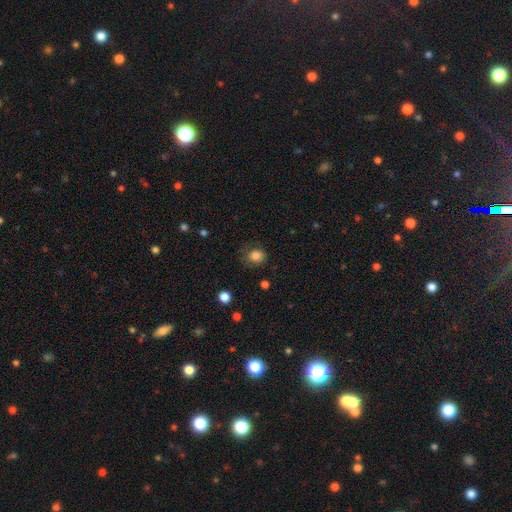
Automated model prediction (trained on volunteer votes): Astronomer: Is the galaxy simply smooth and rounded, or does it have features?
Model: smooth — 83%.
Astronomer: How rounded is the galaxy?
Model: round — 73%.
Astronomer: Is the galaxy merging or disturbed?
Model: none — 68%.